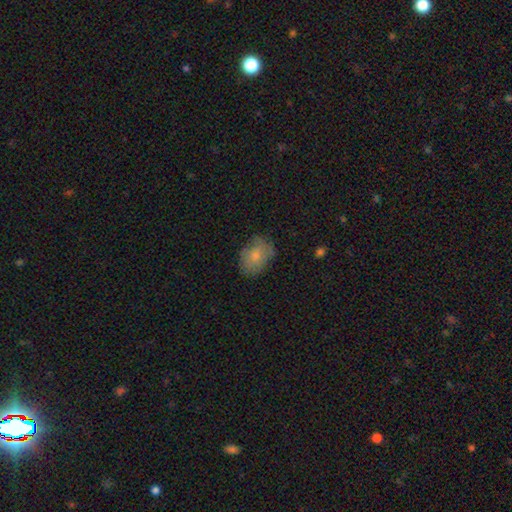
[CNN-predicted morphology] This is likely a smooth galaxy (72%). How rounded: likely in between (73%). Merging: likely none (64%).